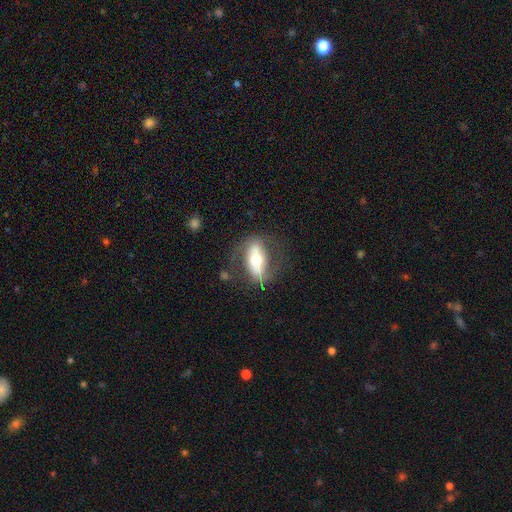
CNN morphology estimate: featured or disk 64%, smooth 29%, star or artifact 8%. Down the decision tree: edge-on disk — no (79%); bar — strong (49%); spiral arms — yes (59%); bulge size — moderate (66%); merging — none (69%).